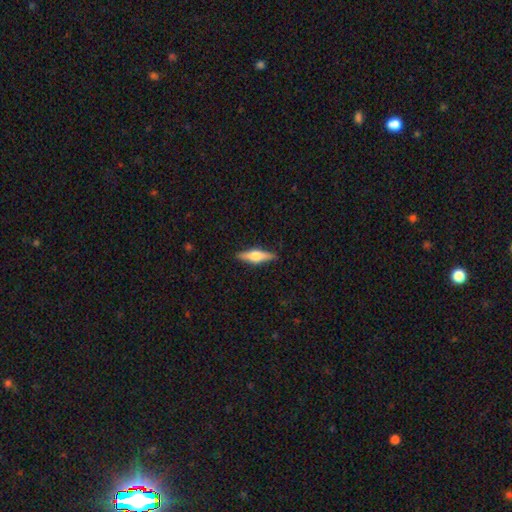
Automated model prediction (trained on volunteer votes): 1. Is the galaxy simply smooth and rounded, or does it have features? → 54% featured or disk, 39% smooth, 6% star or artifact.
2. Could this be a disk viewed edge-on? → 96% yes, 4% no.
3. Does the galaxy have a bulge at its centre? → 90% rounded, 8% boxy, 3% none.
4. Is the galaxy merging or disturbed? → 89% none, 8% minor disturbance, 2% major disturbance, 1% merger.